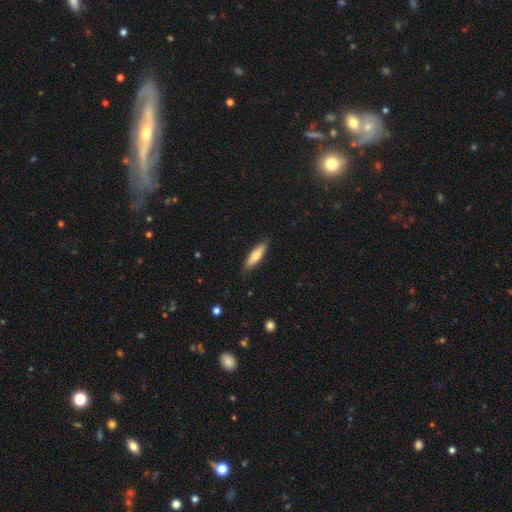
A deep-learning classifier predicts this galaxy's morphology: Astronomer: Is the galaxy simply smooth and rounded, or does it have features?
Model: smooth — 73%.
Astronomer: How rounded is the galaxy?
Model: cigar-shaped — 61% (runner-up: in between, 37%).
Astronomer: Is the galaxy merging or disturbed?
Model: none — 86%.